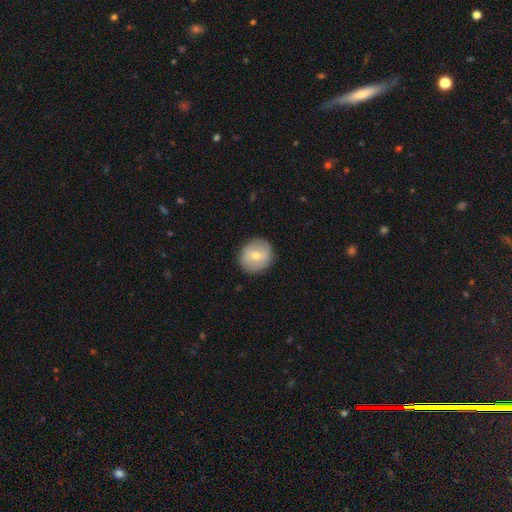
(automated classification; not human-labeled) A smooth galaxy with no disk features (51%) that is round (88%).

Vote fractions:
- Smooth or featured? smooth: 51% / featured or disk: 42% / star or artifact: 7%
- How rounded? round: 88% / in between: 11% / cigar-shaped: 1%
- Merging? none: 87% / minor disturbance: 9% / major disturbance: 3% / merger: 1%